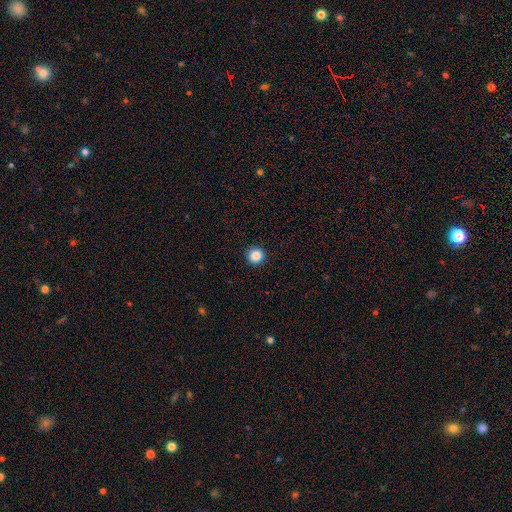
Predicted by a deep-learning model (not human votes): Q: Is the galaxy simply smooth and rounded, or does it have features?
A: smooth — 87%.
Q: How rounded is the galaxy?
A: round — 96%.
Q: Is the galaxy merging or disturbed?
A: none — 92%.